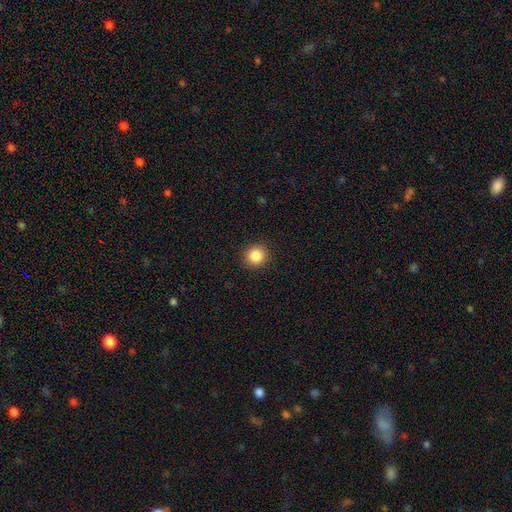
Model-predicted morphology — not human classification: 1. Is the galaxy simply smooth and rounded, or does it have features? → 86% smooth, 10% star or artifact, 4% featured or disk.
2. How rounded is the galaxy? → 92% round, 7% in between, 1% cigar-shaped.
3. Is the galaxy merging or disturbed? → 92% none, 5% minor disturbance, 2% major disturbance, 1% merger.